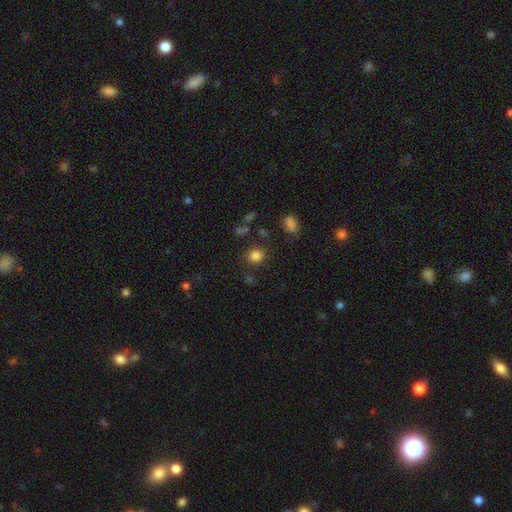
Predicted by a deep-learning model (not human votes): Smooth or featured? Predicted: smooth (p=0.82). How rounded? Predicted: round (p=0.75). Merging? Predicted: none (p=0.82).